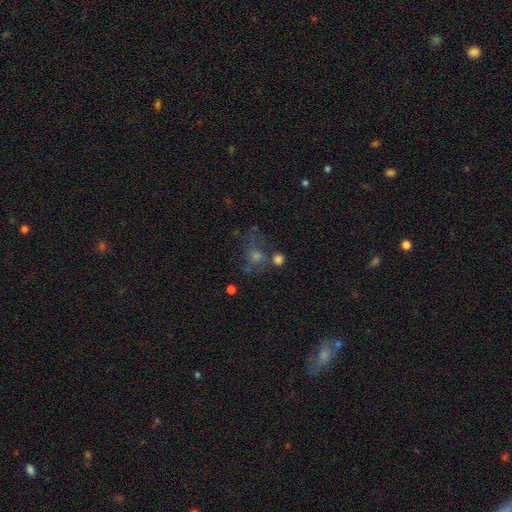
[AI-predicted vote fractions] A smooth galaxy with no disk features (42%). Merging: none (49%).